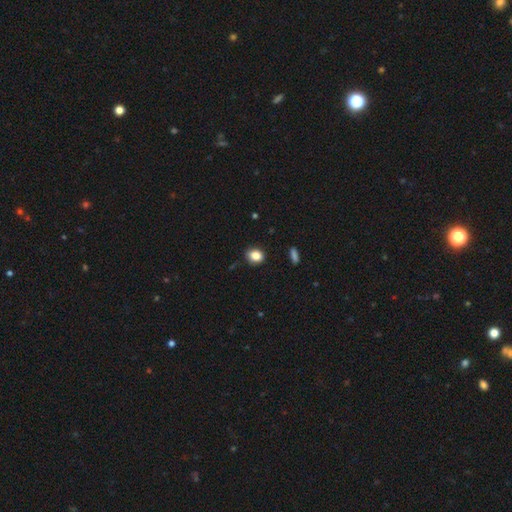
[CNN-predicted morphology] Q: Smooth or featured?
A: smooth (85%); runner-up: star or artifact (10%)
Q: How rounded?
A: in between (53%); runner-up: round (45%)
Q: Merging?
A: none (84%); runner-up: minor disturbance (12%)